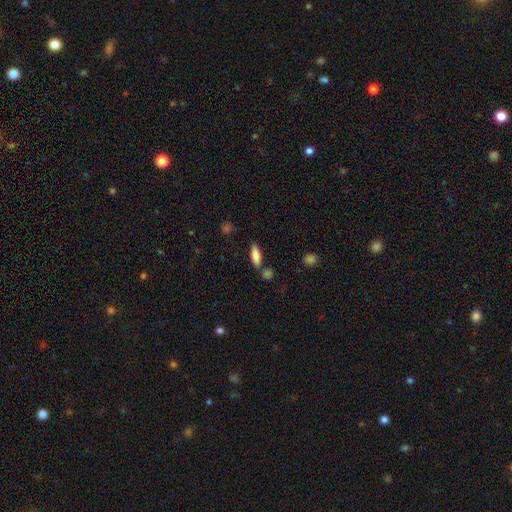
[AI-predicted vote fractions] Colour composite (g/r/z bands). It shows a smooth galaxy with no disk features (82%) that is in between round and cigar-shaped (59%). Merging: none (69%).